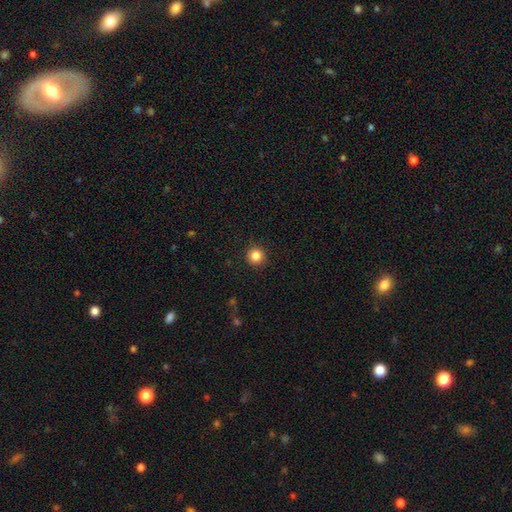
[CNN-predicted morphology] smooth-or-featured: smooth: 85% | star or artifact: 11% | featured or disk: 4%
  how-rounded: round: 95% | in between: 4% | cigar-shaped: 1%
  merging: none: 92% | minor disturbance: 5% | major disturbance: 2% | merger: 1%